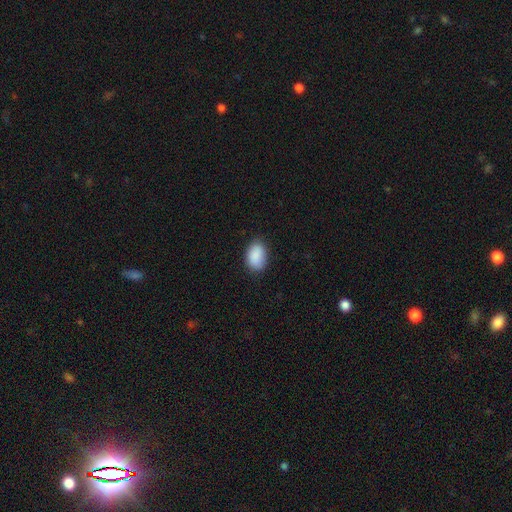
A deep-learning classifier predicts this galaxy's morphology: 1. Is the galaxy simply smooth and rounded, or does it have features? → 90% smooth, 7% star or artifact, 4% featured or disk.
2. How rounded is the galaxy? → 87% in between, 12% round, 1% cigar-shaped.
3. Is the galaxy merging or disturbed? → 80% none, 16% minor disturbance, 3% major disturbance, 1% merger.